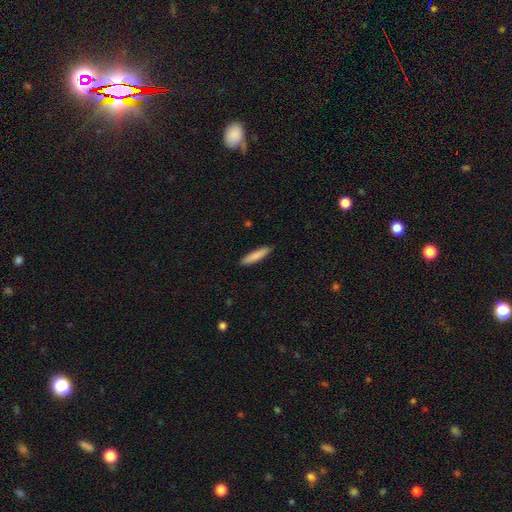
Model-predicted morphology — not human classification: Smooth or featured? Predicted: smooth (p=0.84). How rounded? Predicted: cigar-shaped (p=0.83). Merging? Predicted: none (p=0.90).